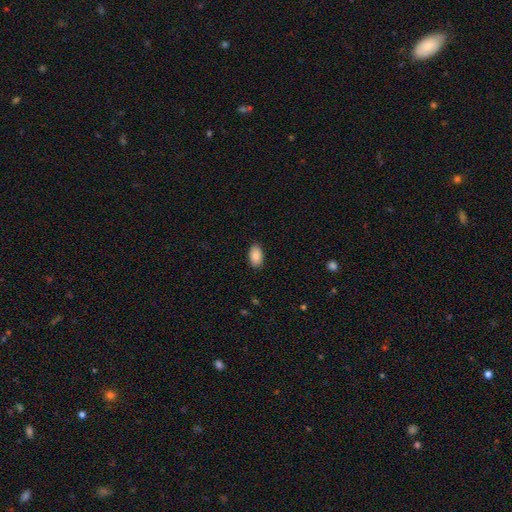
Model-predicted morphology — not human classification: Q: Smooth or featured?
A: smooth (88%); runner-up: star or artifact (7%)
Q: How rounded?
A: in between (93%); runner-up: round (5%)
Q: Merging?
A: none (88%); runner-up: minor disturbance (9%)